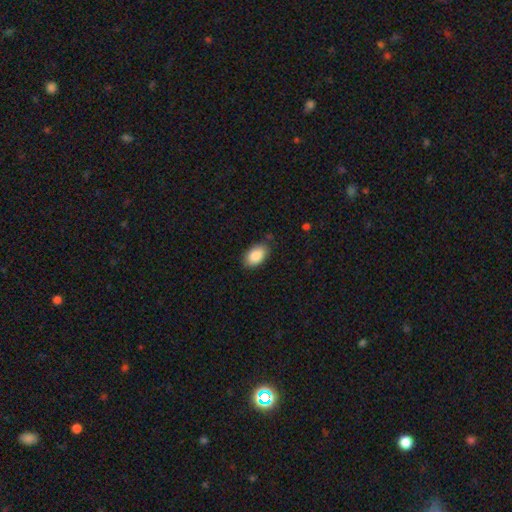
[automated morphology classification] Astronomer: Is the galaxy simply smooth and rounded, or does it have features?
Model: smooth — 89%.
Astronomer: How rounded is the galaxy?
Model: in between — 92%.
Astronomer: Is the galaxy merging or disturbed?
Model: none — 80%.